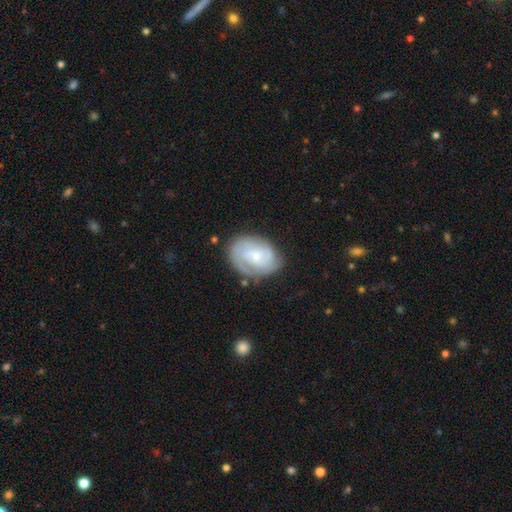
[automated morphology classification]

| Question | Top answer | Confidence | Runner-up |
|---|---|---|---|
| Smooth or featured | featured or disk | 74% | smooth (21%) |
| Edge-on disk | no | 98% | yes (2%) |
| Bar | no | 53% | weak (41%) |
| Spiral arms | yes | 92% | no (8%) |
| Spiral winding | tight | 59% | medium (32%) |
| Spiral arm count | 2 | 38% | can't tell (29%) |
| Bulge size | small | 55% | moderate (32%) |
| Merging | none | 70% | minor disturbance (20%) |